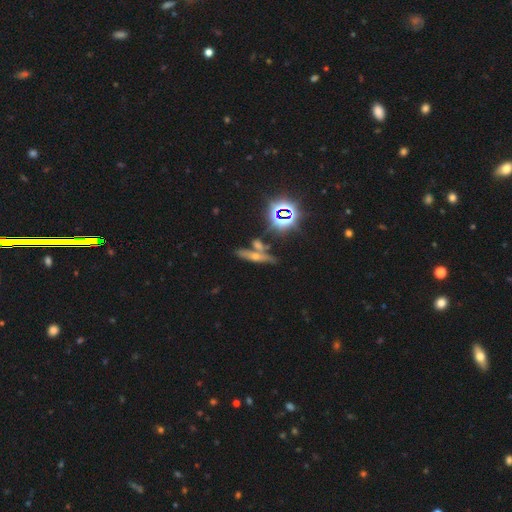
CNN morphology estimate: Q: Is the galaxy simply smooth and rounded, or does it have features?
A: featured or disk — 38%.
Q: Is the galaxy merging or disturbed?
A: none — 67%.